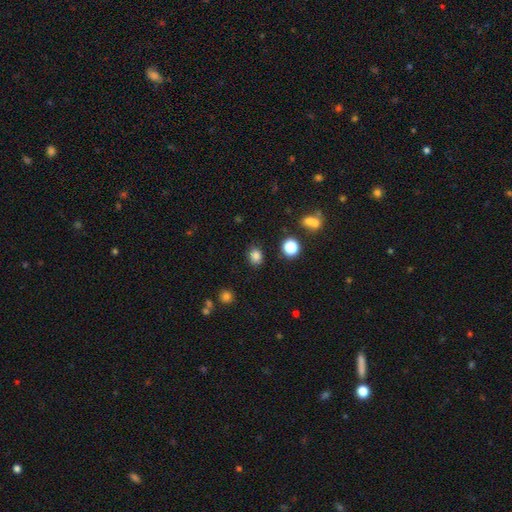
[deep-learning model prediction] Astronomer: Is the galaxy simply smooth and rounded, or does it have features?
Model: smooth — 82%.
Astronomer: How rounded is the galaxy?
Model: round — 55% (runner-up: in between, 44%).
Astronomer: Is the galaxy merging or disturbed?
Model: none — 85%.